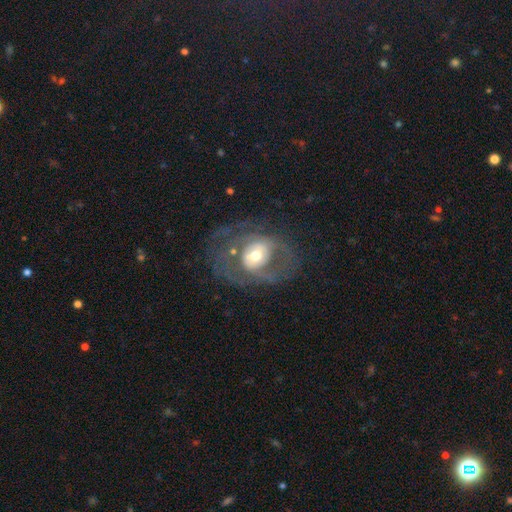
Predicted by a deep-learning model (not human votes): Smooth or featured? Predicted: featured or disk (p=0.69). Edge-on disk? Predicted: no (p=0.95). Bar? Predicted: no (p=0.59). Spiral arms? Predicted: yes (p=0.58). Bulge size? Predicted: moderate (p=0.61). Merging? Predicted: none (p=0.49).